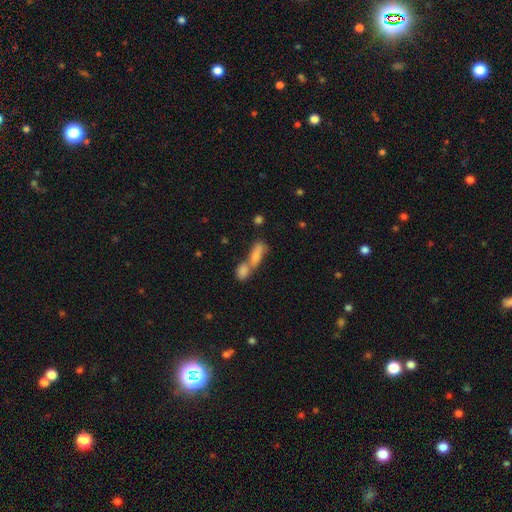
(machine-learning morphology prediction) A smooth galaxy with no disk features (76%) that is in between round and cigar-shaped (64%).

Vote fractions:
- Smooth or featured? smooth: 76% / featured or disk: 15% / star or artifact: 9%
- How rounded? in between: 64% / cigar-shaped: 30% / round: 6%
- Merging? merger: 66% / none: 22% / minor disturbance: 7% / major disturbance: 5%